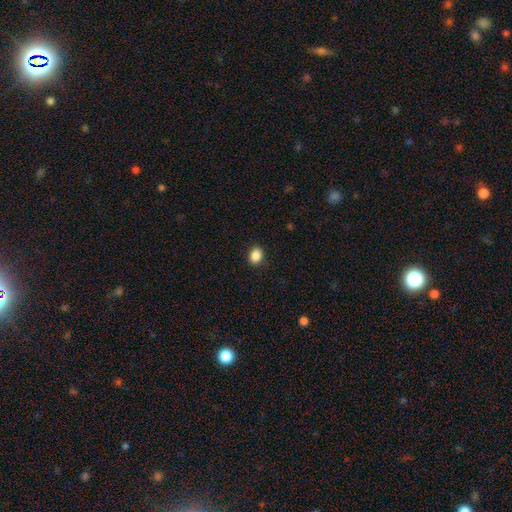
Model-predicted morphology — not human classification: smooth-or-featured: smooth: 87% | star or artifact: 9% | featured or disk: 3%
  how-rounded: round: 53% | in between: 46% | cigar-shaped: 1%
  merging: none: 88% | minor disturbance: 8% | major disturbance: 2% | merger: 1%